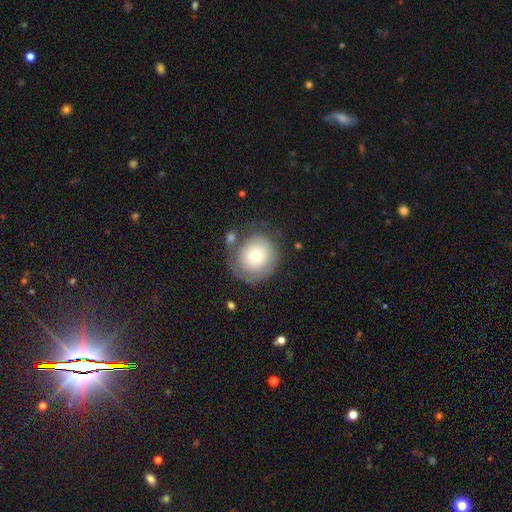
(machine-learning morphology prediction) smooth_or_featured: smooth (p=0.61) [alt: featured or disk p=0.32]
how_rounded: round (p=0.88) [alt: in between p=0.12]
merging: none (p=0.57) [alt: minor disturbance p=0.22]